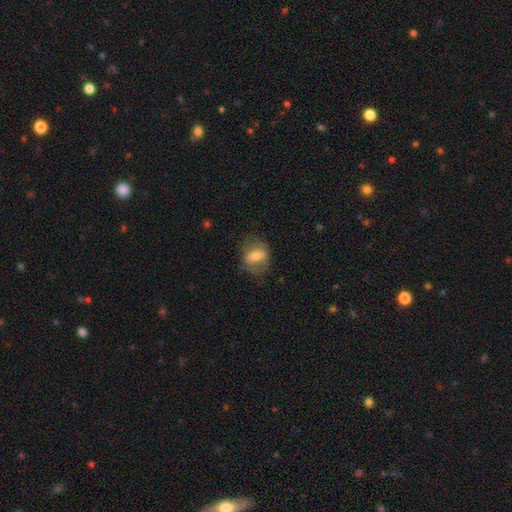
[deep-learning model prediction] This appears to be a smooth galaxy with no disk features (54%) that is in between round and cigar-shaped (57%). Merging: none (66%).